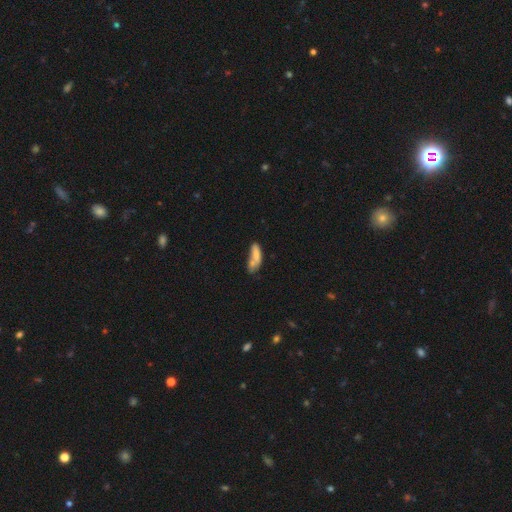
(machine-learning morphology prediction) Q: Smooth or featured?
A: smooth (69%); runner-up: featured or disk (22%)
Q: How rounded?
A: in between (62%); runner-up: cigar-shaped (35%)
Q: Merging?
A: merger (39%); runner-up: none (29%)